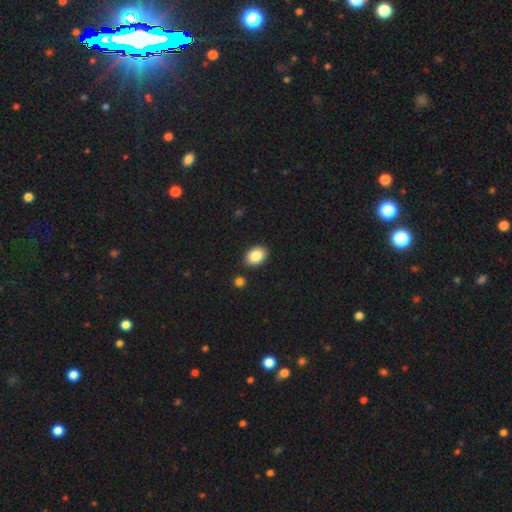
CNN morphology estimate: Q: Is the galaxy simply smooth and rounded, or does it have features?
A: smooth — 87%.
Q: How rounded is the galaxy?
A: in between — 83%.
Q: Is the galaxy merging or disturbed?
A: none — 88%.